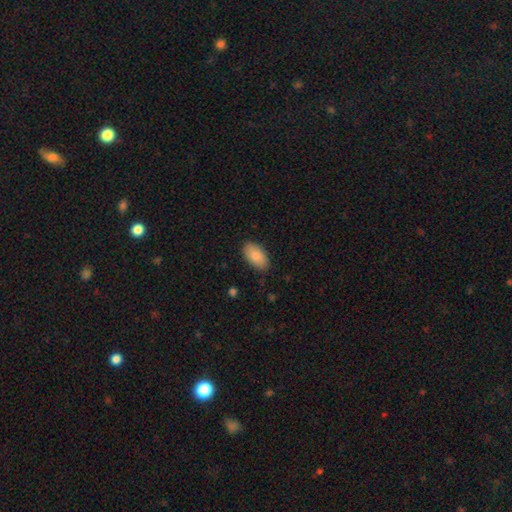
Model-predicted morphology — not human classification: A smooth galaxy with no disk features (89%) that is in between round and cigar-shaped (95%). Merging: none (86%).